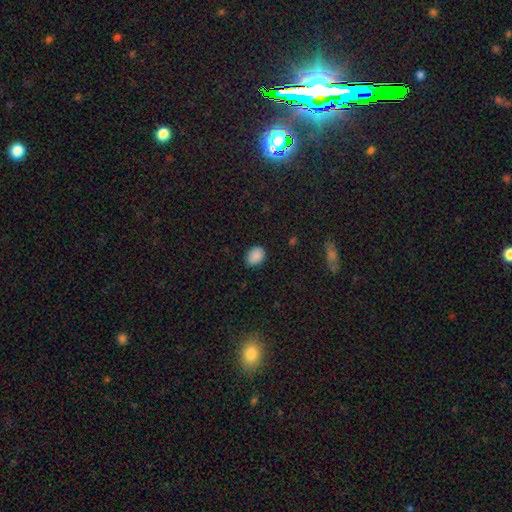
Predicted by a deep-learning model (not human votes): Morphology: type=smooth (88%); roundness=in between (65%); merging=none (83%).